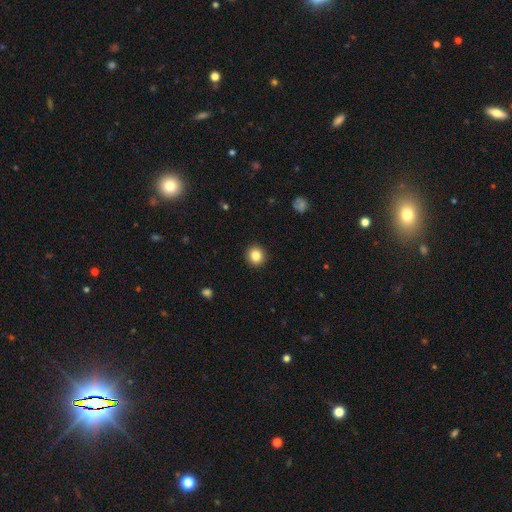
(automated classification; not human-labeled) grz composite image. It shows a smooth galaxy with no disk features (85%) that is round (90%). Merging: none (92%).